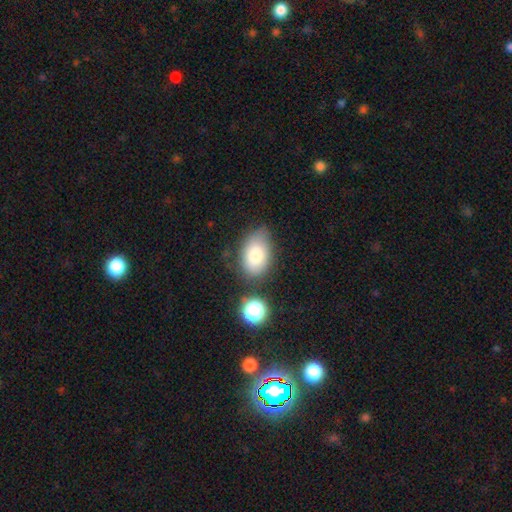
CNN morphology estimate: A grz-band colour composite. It shows a smooth galaxy with no disk features (79%) that is in between round and cigar-shaped (85%). Merging: none (66%).